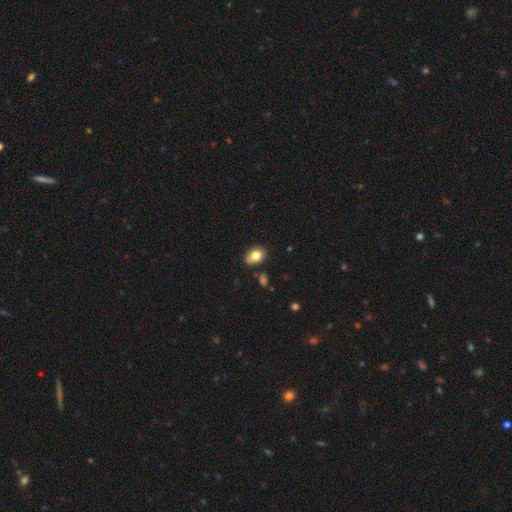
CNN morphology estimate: Smooth or featured?
  - smooth: 80% *
  - featured or disk: 11%
  - star or artifact: 9%
How rounded?
  - in between: 71% *
  - round: 28%
  - cigar-shaped: 1%
Merging?
  - none: 76% *
  - minor disturbance: 18%
  - merger: 4%
  - major disturbance: 3%